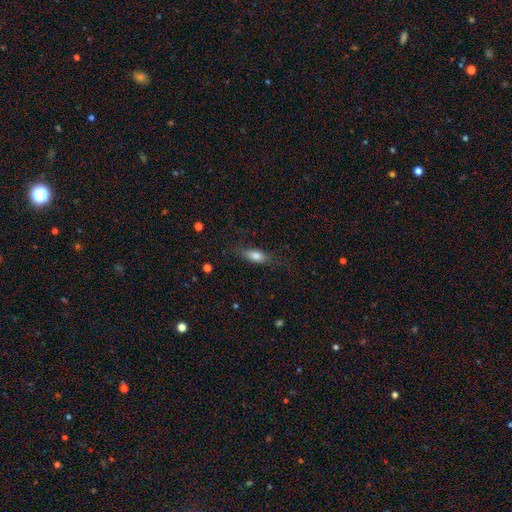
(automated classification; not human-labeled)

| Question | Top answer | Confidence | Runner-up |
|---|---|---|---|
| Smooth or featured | smooth | 74% | featured or disk (19%) |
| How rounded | in between | 67% | cigar-shaped (29%) |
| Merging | none | 74% | minor disturbance (18%) |